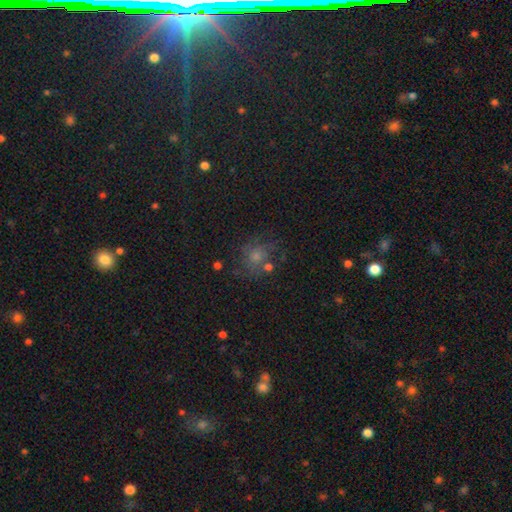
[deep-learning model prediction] A smooth galaxy with no disk features (45%). Merging: none (66%).